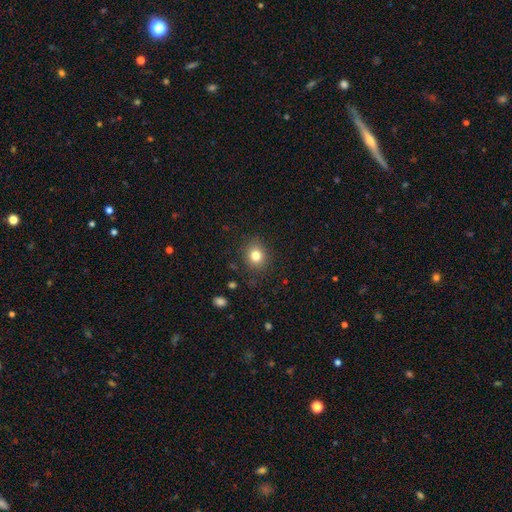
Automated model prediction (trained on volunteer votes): Smooth or featured? Predicted: smooth (p=0.81). How rounded? Predicted: round (p=0.67). Merging? Predicted: none (p=0.86).